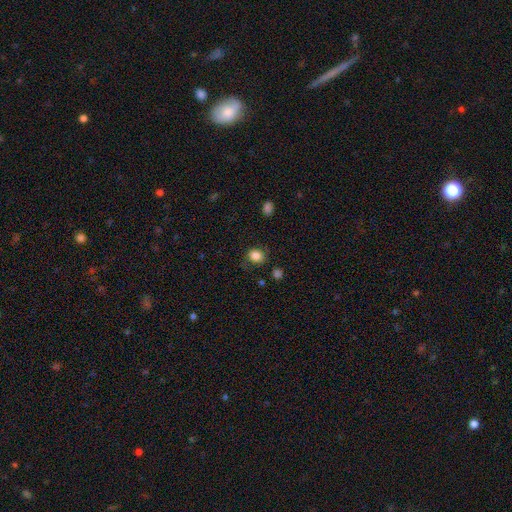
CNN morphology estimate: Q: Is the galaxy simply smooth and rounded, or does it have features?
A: smooth — 85%.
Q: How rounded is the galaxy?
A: round — 66%.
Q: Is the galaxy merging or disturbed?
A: none — 77%.